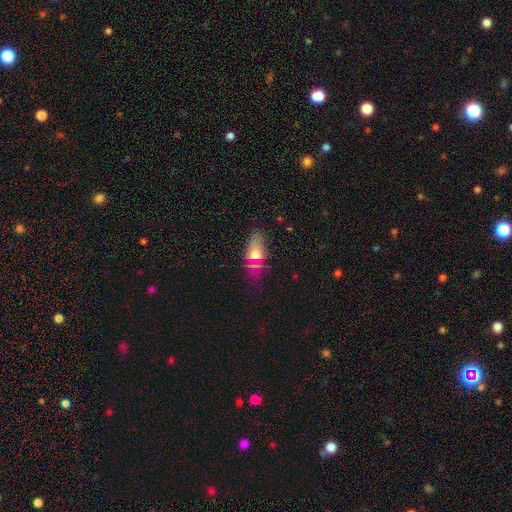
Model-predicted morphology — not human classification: Smooth or featured: smooth — 64% (star or artifact — 19%)
How rounded: in between — 84% (round — 8%)
Merging: none — 72% (minor disturbance — 18%)